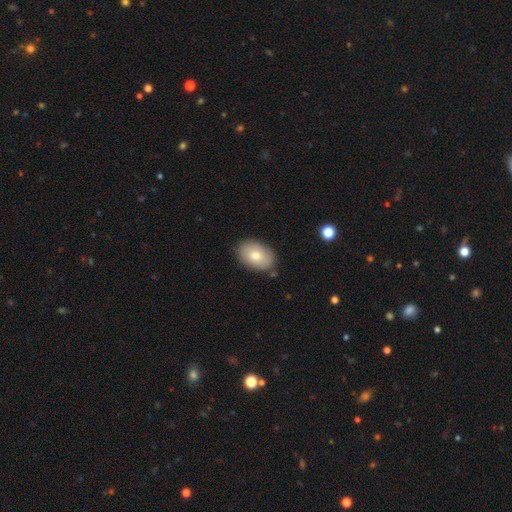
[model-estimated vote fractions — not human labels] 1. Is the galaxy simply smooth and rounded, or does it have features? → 74% smooth, 18% featured or disk, 7% star or artifact.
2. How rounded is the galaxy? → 88% in between, 11% round, 1% cigar-shaped.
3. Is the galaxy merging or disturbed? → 84% none, 12% minor disturbance, 2% major disturbance, 2% merger.